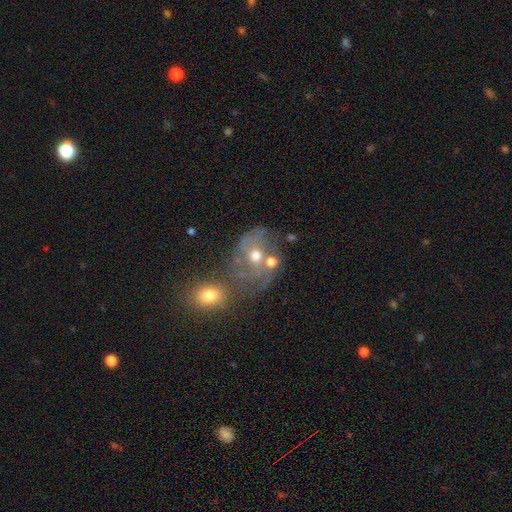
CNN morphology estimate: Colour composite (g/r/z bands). It shows a featured or disk galaxy (64%) with no bar (71%), spiral arms (78%) and a moderate central bulge (67%). Merging: none (36%).